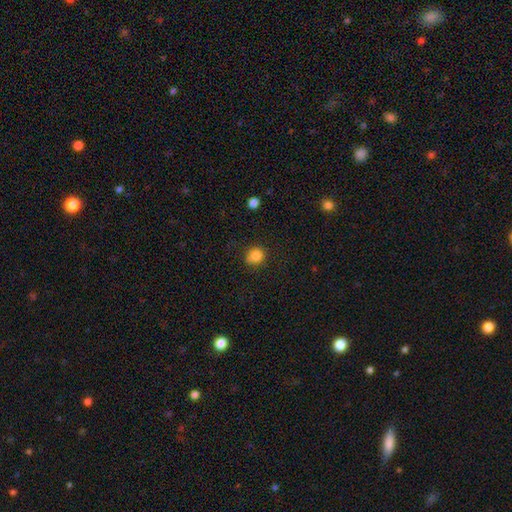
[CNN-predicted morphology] type=smooth (83%); roundness=round (80%); merging=none (74%).